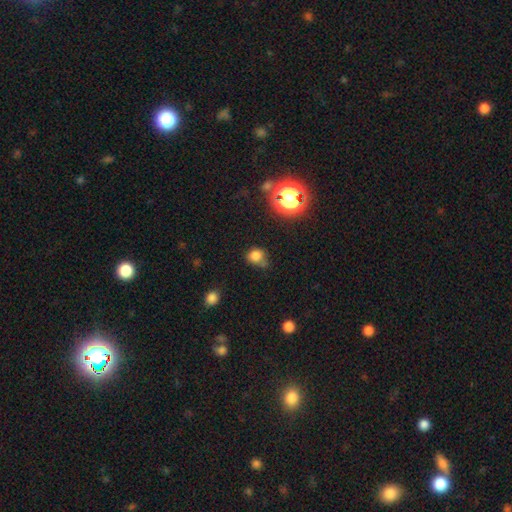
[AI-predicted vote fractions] Smooth or featured: smooth — 75% (star or artifact — 17%)
How rounded: round — 65% (in between — 34%)
Merging: none — 48% (minor disturbance — 30%)